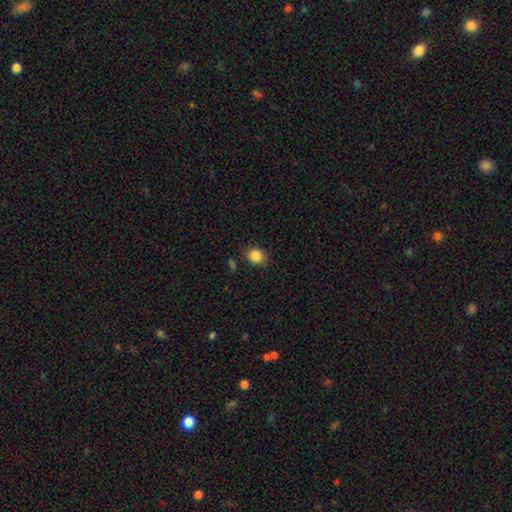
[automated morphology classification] Smooth or featured: smooth — 86% (star or artifact — 10%)
How rounded: round — 68% (in between — 31%)
Merging: none — 84% (minor disturbance — 11%)